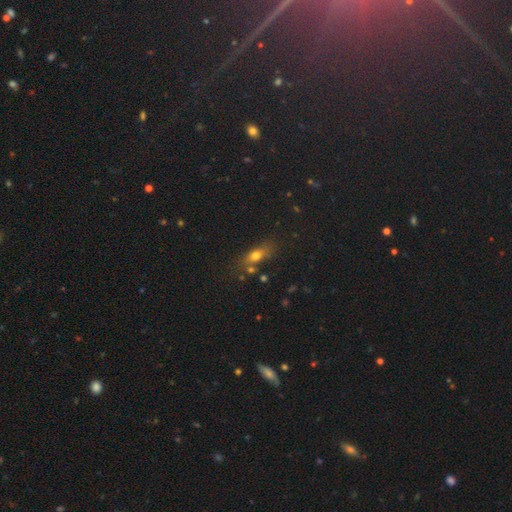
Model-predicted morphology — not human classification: smooth_or_featured: smooth (p=0.68) [alt: featured or disk p=0.18]
how_rounded: in between (p=0.62) [alt: cigar-shaped p=0.27]
merging: none (p=0.65) [alt: minor disturbance p=0.18]